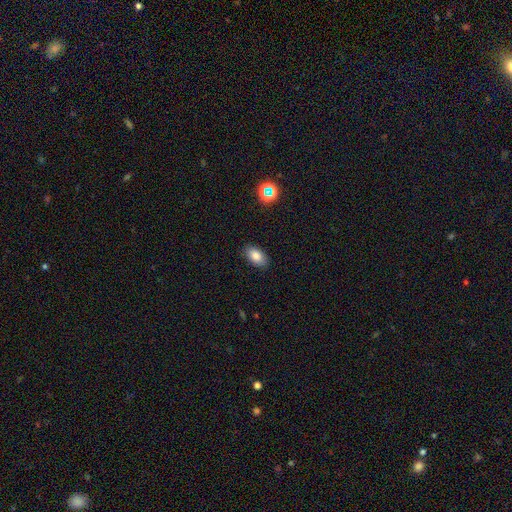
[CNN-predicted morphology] smooth_or_featured: smooth (p=0.83) [alt: star or artifact p=0.09]
how_rounded: in between (p=0.92) [alt: round p=0.06]
merging: none (p=0.87) [alt: minor disturbance p=0.10]